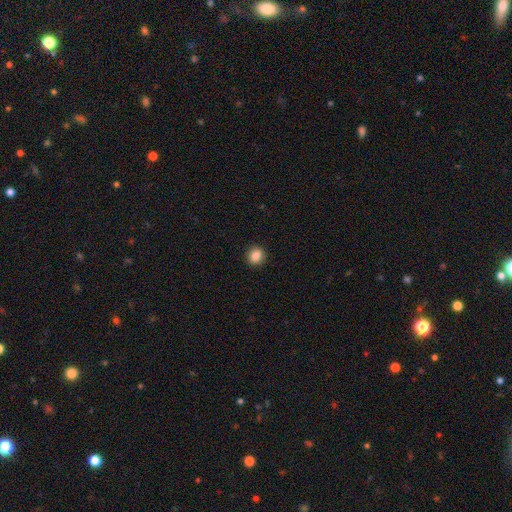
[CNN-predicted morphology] Overall: smooth (86%). How rounded: round (87%). Merging: none (92%).